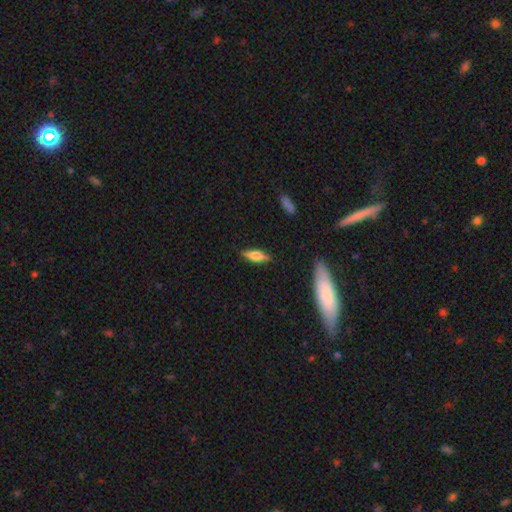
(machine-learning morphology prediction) A smooth galaxy with no disk features (61%) that is cigar-shaped (51%). Merging: none (86%).